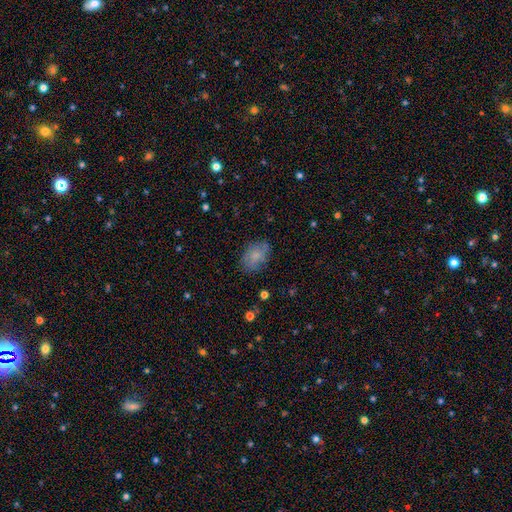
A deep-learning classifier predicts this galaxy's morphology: Overall: smooth (76%). How rounded: in between (84%). Merging: none (76%).